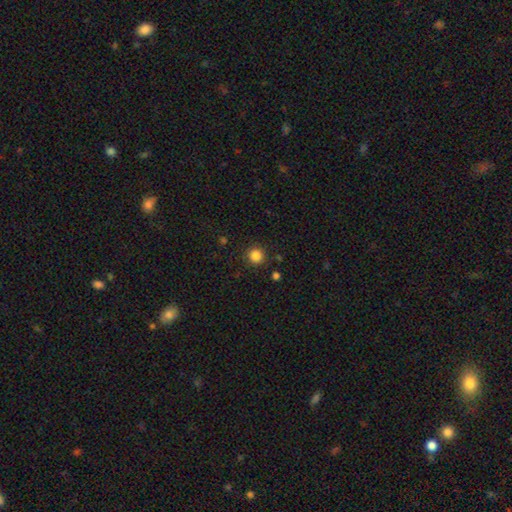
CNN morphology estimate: Smooth or featured?
  - smooth: 85% *
  - star or artifact: 12%
  - featured or disk: 4%
How rounded?
  - round: 94% *
  - in between: 5%
  - cigar-shaped: 1%
Merging?
  - none: 90% *
  - minor disturbance: 6%
  - major disturbance: 2%
  - merger: 2%